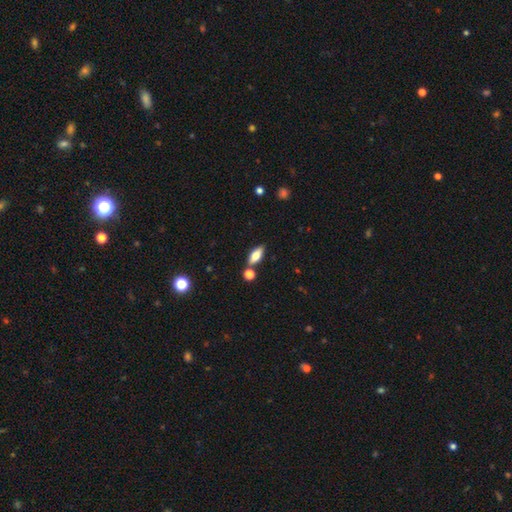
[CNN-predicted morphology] Q: Smooth or featured?
A: smooth (66%); runner-up: featured or disk (26%)
Q: How rounded?
A: in between (73%); runner-up: cigar-shaped (23%)
Q: Merging?
A: none (76%); runner-up: merger (11%)